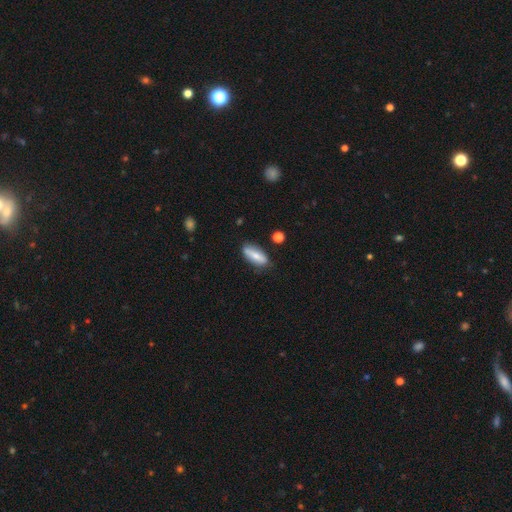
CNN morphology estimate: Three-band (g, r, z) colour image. It shows a smooth galaxy with no disk features (65%) that is in between round and cigar-shaped (70%). Merging: none (77%).